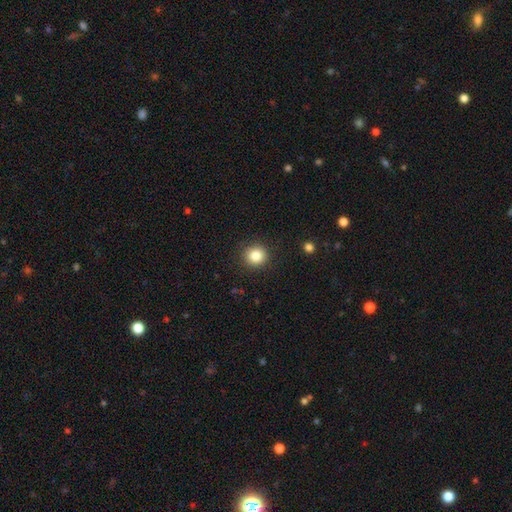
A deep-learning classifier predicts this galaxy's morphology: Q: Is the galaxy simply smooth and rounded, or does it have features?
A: smooth — 84%.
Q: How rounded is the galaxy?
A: round — 92%.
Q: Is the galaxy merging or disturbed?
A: none — 90%.